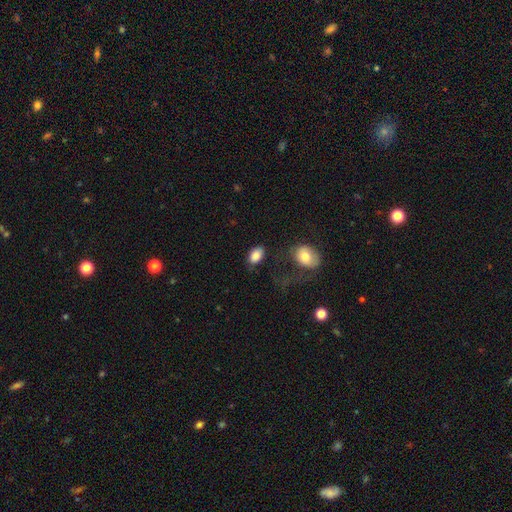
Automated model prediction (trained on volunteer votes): smooth 86%, star or artifact 7%, featured or disk 6%. Down the decision tree: how rounded — in between (88%); merging — none (71%).